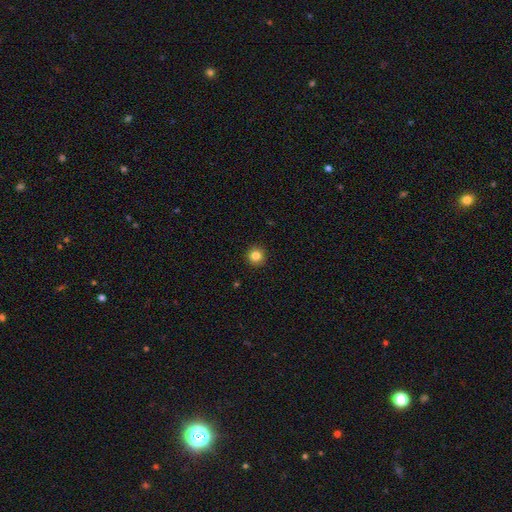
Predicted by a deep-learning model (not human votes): Smooth or featured: smooth — 84% (star or artifact — 11%)
How rounded: round — 95% (in between — 4%)
Merging: none — 93% (minor disturbance — 4%)